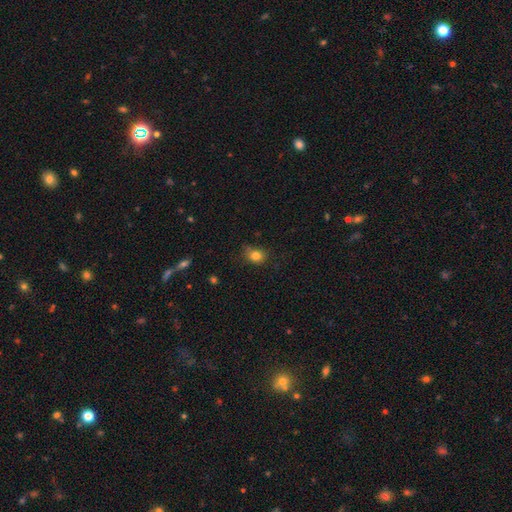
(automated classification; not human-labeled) This appears to be a smooth galaxy with no disk features (81%) that is round (62%). Merging: none (67%).